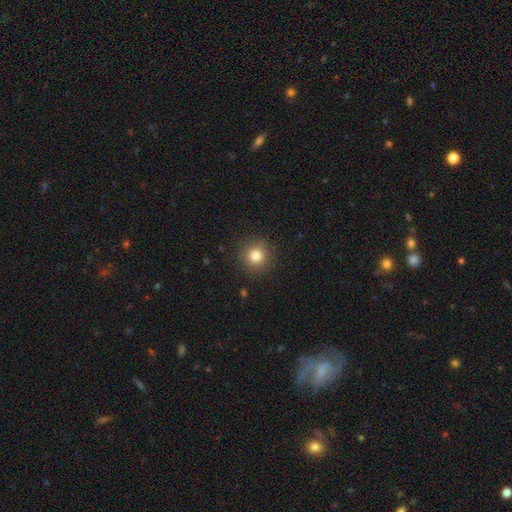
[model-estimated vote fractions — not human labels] Overall: smooth (81%). How rounded: round (94%). Merging: none (89%).